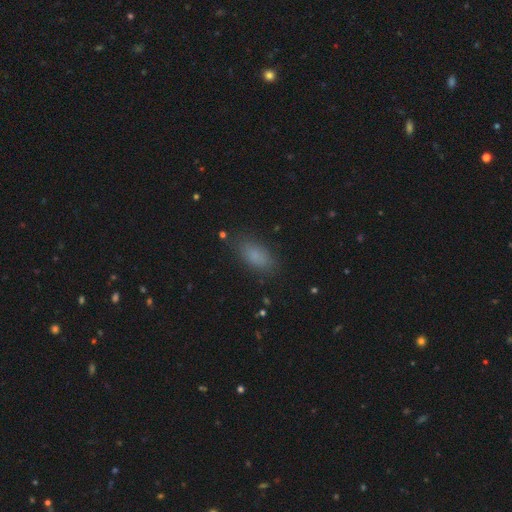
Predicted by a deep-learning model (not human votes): Smooth or featured? smooth (83%)
How rounded? in between (85%)
Merging? none (83%)